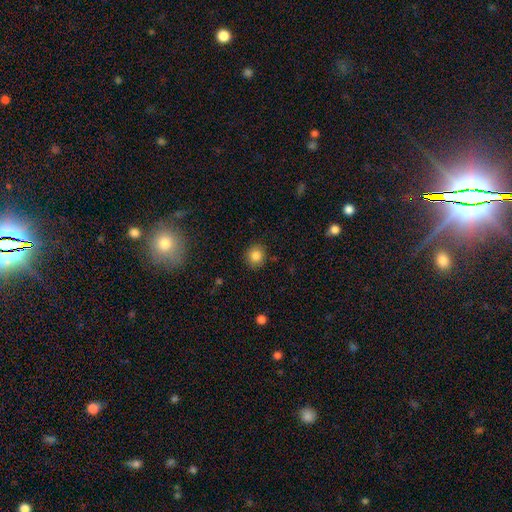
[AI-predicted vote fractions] A smooth galaxy with no disk features (84%) that is round (85%). Merging: none (88%).